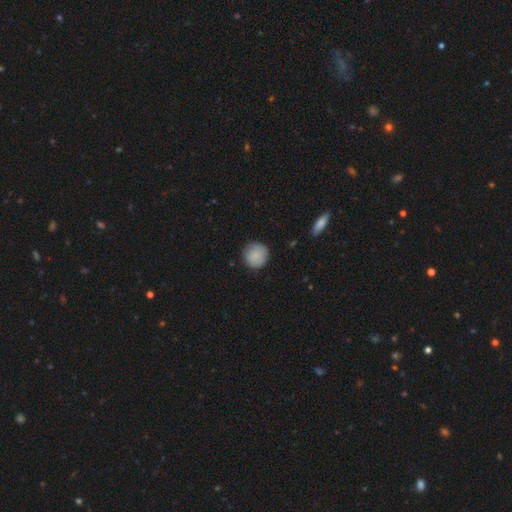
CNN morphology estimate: smooth-or-featured: smooth: 87% | star or artifact: 7% | featured or disk: 6%
  how-rounded: round: 94% | in between: 5% | cigar-shaped: 1%
  merging: none: 83% | minor disturbance: 13% | major disturbance: 3% | merger: 1%